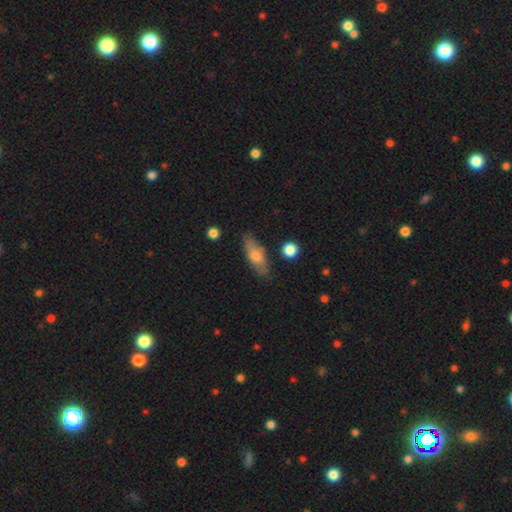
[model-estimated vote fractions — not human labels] A smooth galaxy with no disk features (62%) that is in between round and cigar-shaped (67%).

Vote fractions:
- Smooth or featured? smooth: 62% / featured or disk: 32% / star or artifact: 6%
- How rounded? in between: 67% / cigar-shaped: 29% / round: 4%
- Merging? none: 76% / minor disturbance: 17% / major disturbance: 4% / merger: 3%